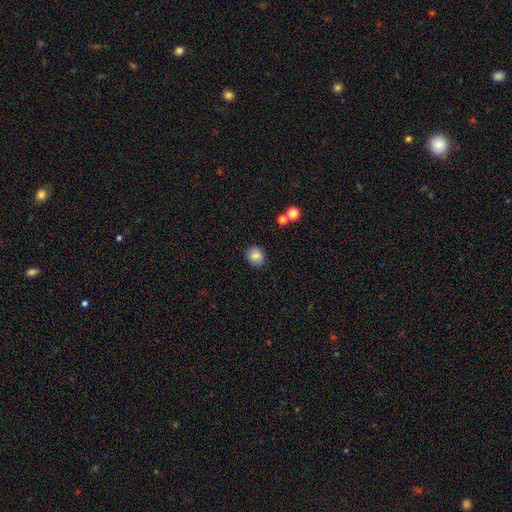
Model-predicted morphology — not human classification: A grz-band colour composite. It shows a smooth galaxy with no disk features (84%) that is round (76%). Merging: none (87%).